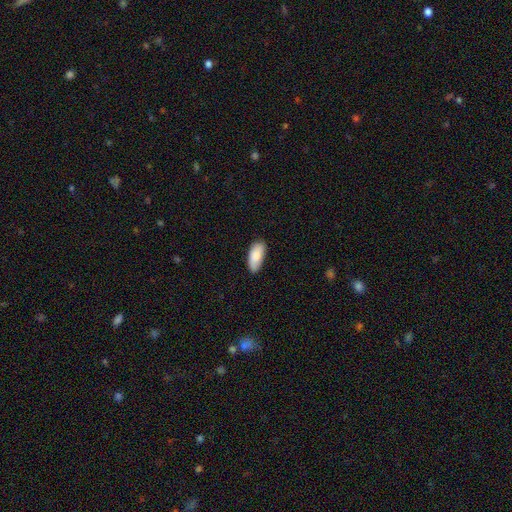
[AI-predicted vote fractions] Smooth or featured? smooth (87%)
How rounded? in between (90%)
Merging? none (81%)